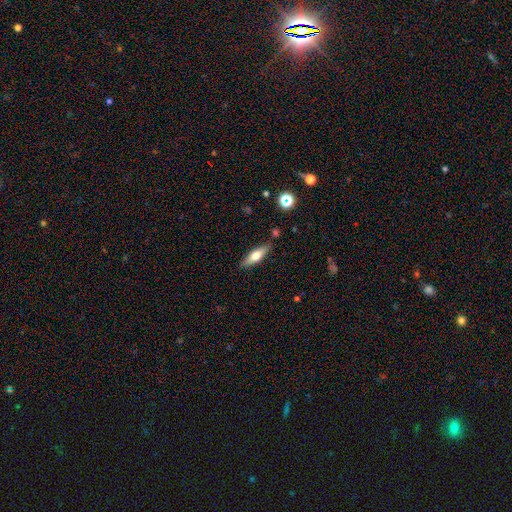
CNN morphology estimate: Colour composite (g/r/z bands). It shows a smooth galaxy with no disk features (55%) that is cigar-shaped (60%). Merging: none (85%).